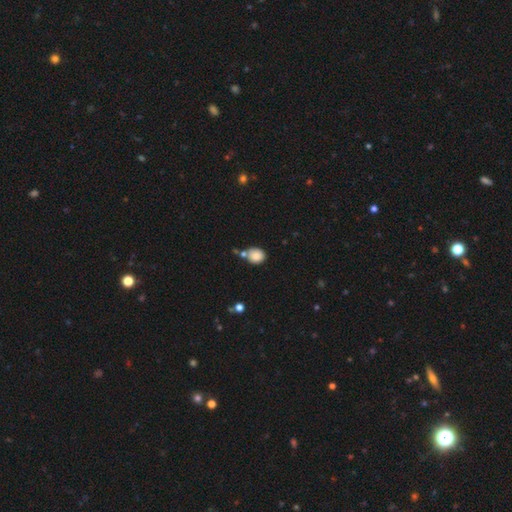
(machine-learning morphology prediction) A smooth galaxy with no disk features (85%) that is round (70%). Merging: none (57%).